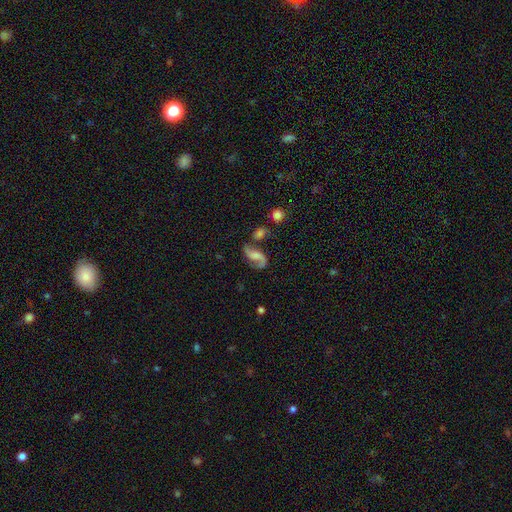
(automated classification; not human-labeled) Morphology: type=featured or disk (81%); edge-on=no (97%); bar=no (49%); spiral arms=yes (95%); winding=loose (60%); arm count=2 (90%); bulge=none (36%); merging=none (56%).